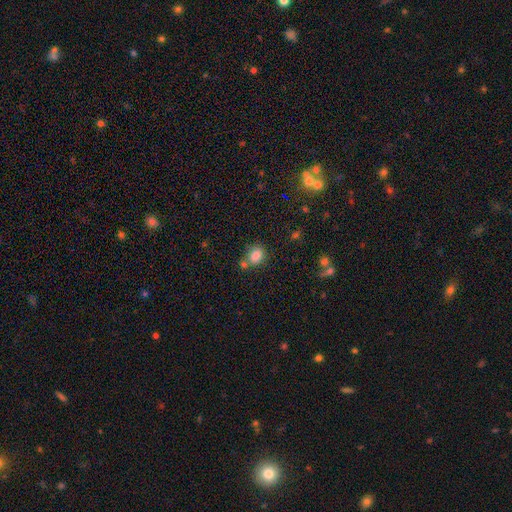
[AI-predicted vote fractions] smooth-or-featured: smooth: 83% | star or artifact: 11% | featured or disk: 7%
  how-rounded: round: 54% | in between: 45% | cigar-shaped: 1%
  merging: none: 58% | merger: 24% | minor disturbance: 14% | major disturbance: 4%